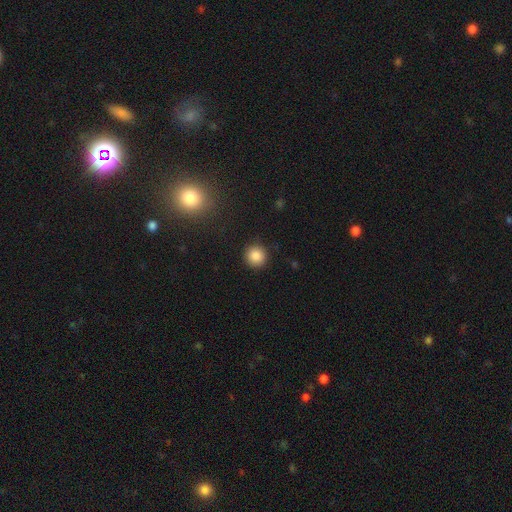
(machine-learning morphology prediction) smooth 86%, star or artifact 10%, featured or disk 4%. Down the decision tree: how rounded — round (95%); merging — none (92%).